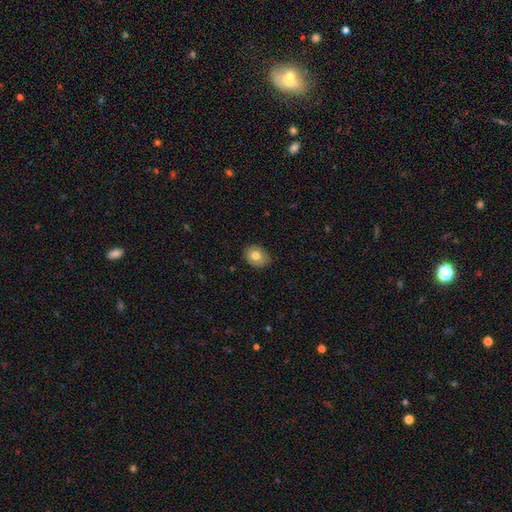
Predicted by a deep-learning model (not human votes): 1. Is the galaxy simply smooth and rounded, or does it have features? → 76% smooth, 16% featured or disk, 8% star or artifact.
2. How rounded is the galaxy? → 55% round, 45% in between, 1% cigar-shaped.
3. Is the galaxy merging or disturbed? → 85% none, 12% minor disturbance, 2% major disturbance, 1% merger.